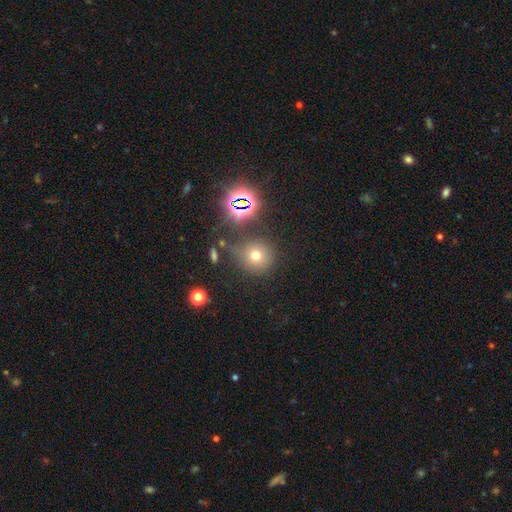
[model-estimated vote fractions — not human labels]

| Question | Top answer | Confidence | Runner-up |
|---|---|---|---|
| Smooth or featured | smooth | 65% | star or artifact (25%) |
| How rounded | round | 92% | in between (7%) |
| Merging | none | 76% | minor disturbance (11%) |